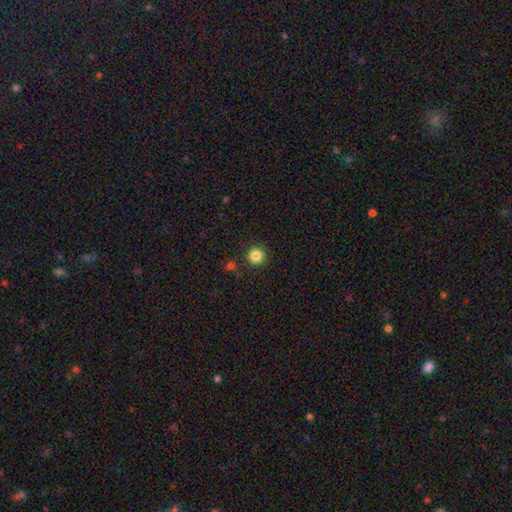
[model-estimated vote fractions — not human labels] smooth-or-featured: smooth: 84% | star or artifact: 12% | featured or disk: 4%
  how-rounded: round: 95% | in between: 4% | cigar-shaped: 1%
  merging: none: 89% | minor disturbance: 6% | merger: 3% | major disturbance: 2%